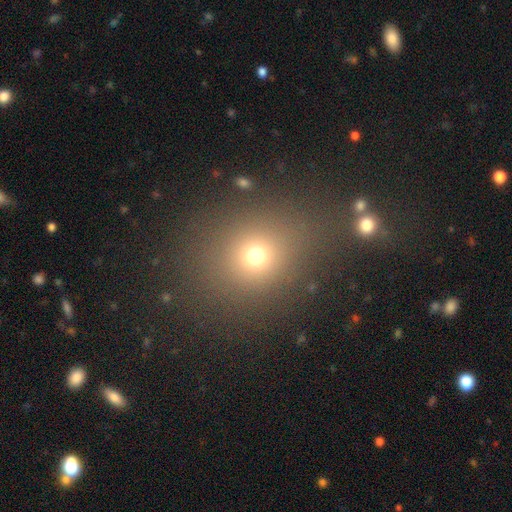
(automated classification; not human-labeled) Q: Smooth or featured?
A: smooth (70%); runner-up: star or artifact (20%)
Q: How rounded?
A: round (71%); runner-up: in between (28%)
Q: Merging?
A: none (75%); runner-up: minor disturbance (11%)